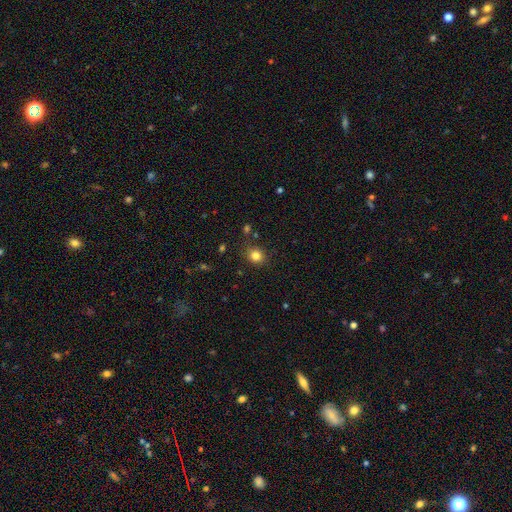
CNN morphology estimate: A smooth galaxy with no disk features (82%) that is round (77%).

Vote fractions:
- Smooth or featured? smooth: 82% / star or artifact: 12% / featured or disk: 5%
- How rounded? round: 77% / in between: 22% / cigar-shaped: 1%
- Merging? none: 84% / minor disturbance: 11% / major disturbance: 3% / merger: 3%